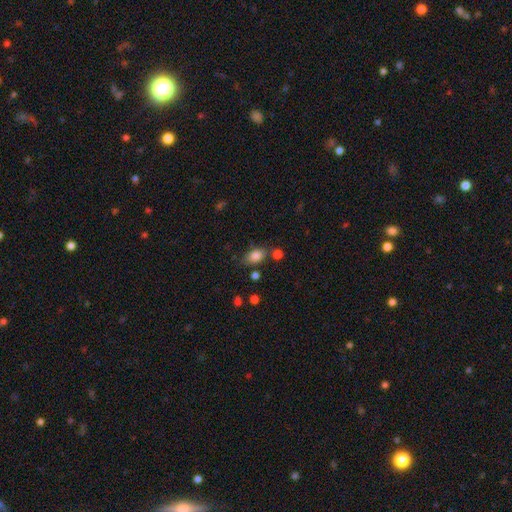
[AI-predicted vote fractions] Overall: smooth (83%). How rounded: in between (84%). Merging: none (68%).